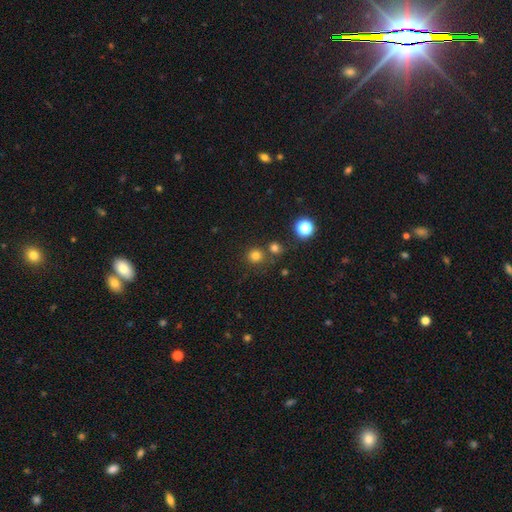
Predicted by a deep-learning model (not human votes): Smooth or featured? Predicted: smooth (p=0.76). How rounded? Predicted: round (p=0.91). Merging? Predicted: none (p=0.74).